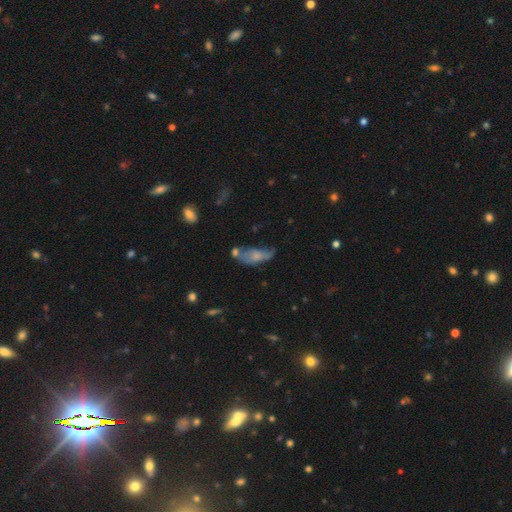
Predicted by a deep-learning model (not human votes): The model was most divided on "merging": none: 32%, minor disturbance: 30%, major disturbance: 21%, merger: 18%. More confident: how rounded — in between (73%); smooth or featured — smooth (58%).